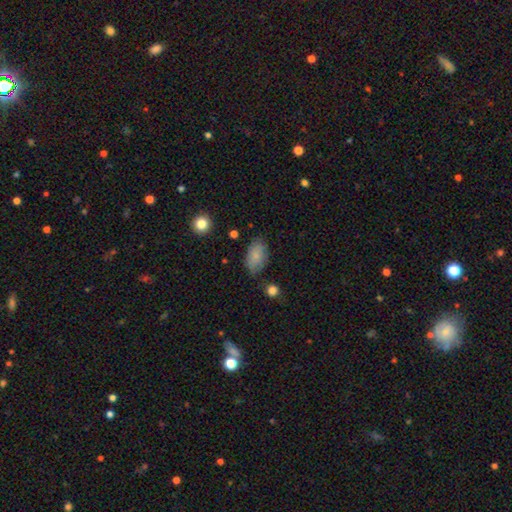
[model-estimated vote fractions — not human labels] smooth 81%, featured or disk 12%, star or artifact 7%. Down the decision tree: how rounded — in between (91%); merging — none (73%).